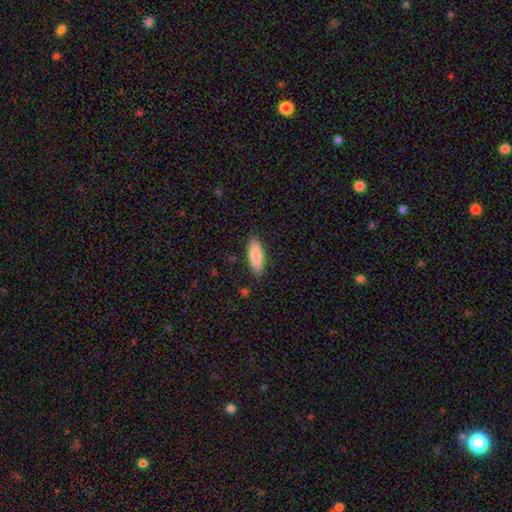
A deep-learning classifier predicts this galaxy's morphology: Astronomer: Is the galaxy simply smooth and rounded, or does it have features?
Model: smooth — 83%.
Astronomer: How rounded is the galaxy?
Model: in between — 52% (runner-up: cigar-shaped, 46%).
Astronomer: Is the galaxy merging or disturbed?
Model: none — 86%.